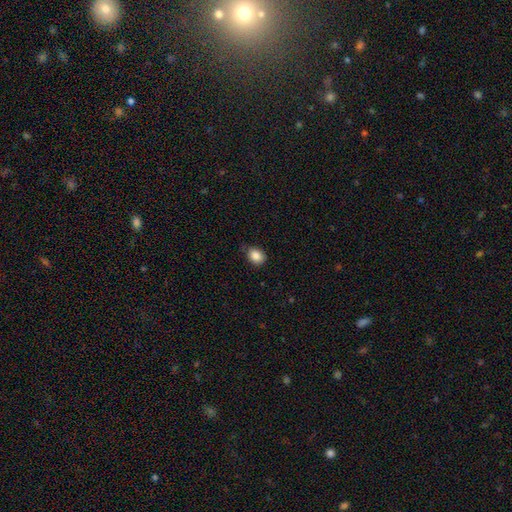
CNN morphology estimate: Q: Smooth or featured?
A: smooth (87%); runner-up: star or artifact (9%)
Q: How rounded?
A: in between (54%); runner-up: round (45%)
Q: Merging?
A: none (76%); runner-up: minor disturbance (20%)